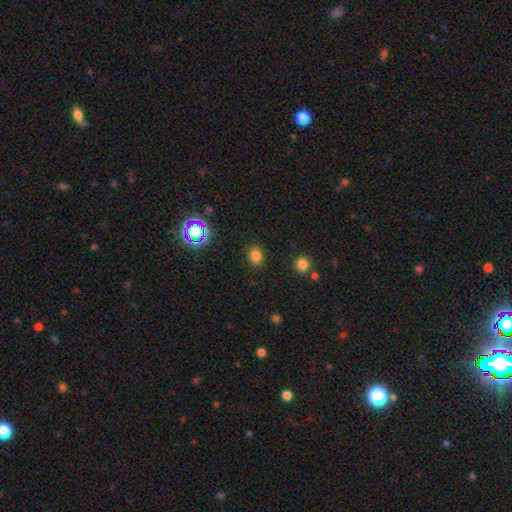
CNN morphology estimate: A smooth galaxy with no disk features (78%) that is in between round and cigar-shaped (57%).

Vote fractions:
- Smooth or featured? smooth: 78% / star or artifact: 17% / featured or disk: 6%
- How rounded? in between: 57% / round: 42% / cigar-shaped: 1%
- Merging? none: 87% / minor disturbance: 9% / major disturbance: 3% / merger: 2%